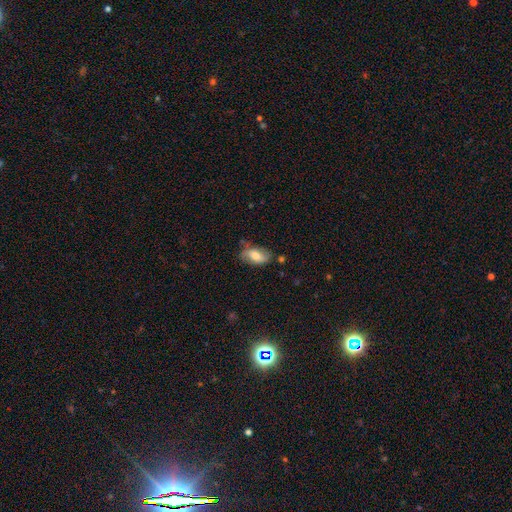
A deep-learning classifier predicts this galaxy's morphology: Smooth or featured? smooth (68%)
How rounded? in between (91%)
Merging? none (61%)